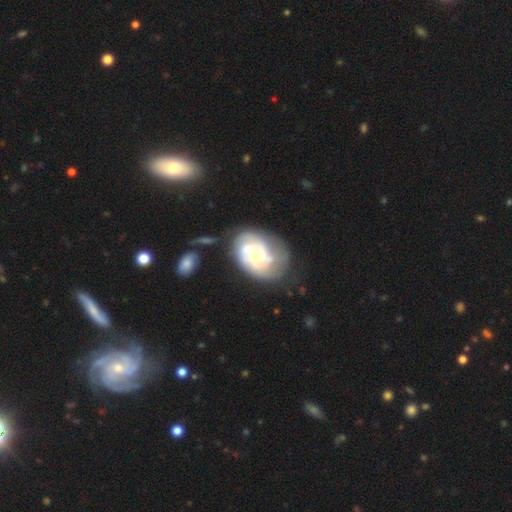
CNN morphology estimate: featured or disk 77%, smooth 18%, star or artifact 5%. Down the decision tree: edge-on disk — no (98%); bar — no (71%); spiral arms — yes (90%); spiral arm count — can't tell (36%); spiral winding — tight (59%); bulge size — small (51%); merging — none (52%).